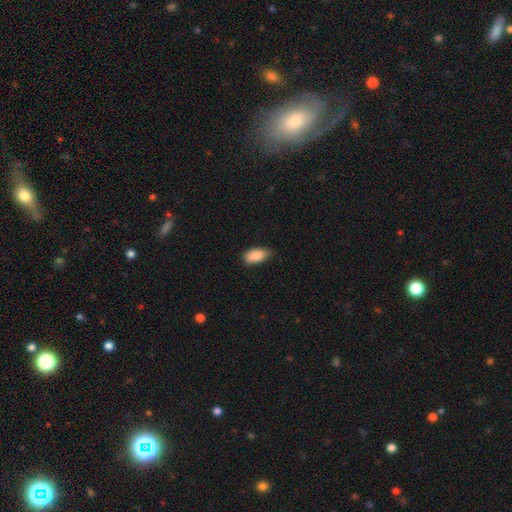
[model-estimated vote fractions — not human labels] Overall: smooth (89%). How rounded: in between (91%). Merging: none (69%).